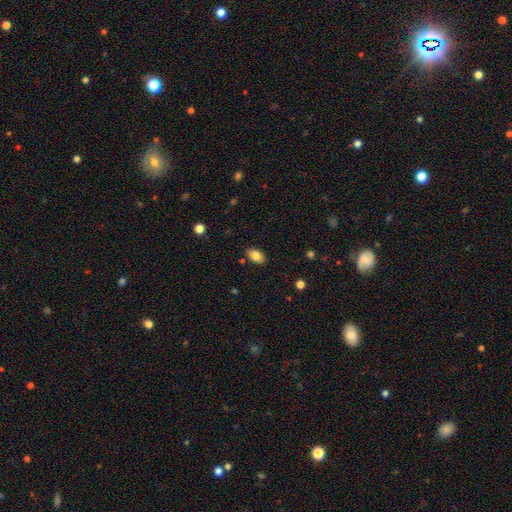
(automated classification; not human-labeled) A smooth galaxy with no disk features (83%) that is in between round and cigar-shaped (91%). Merging: none (86%).